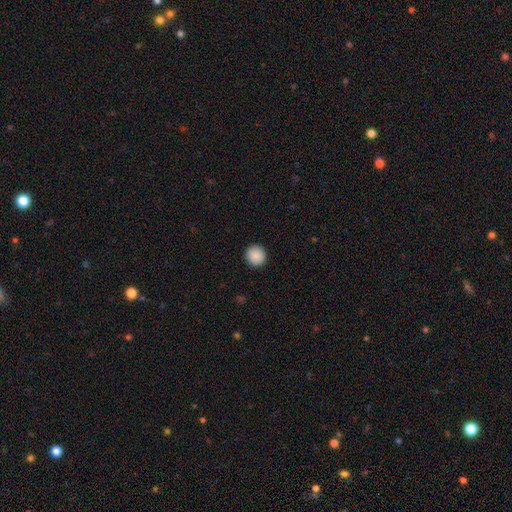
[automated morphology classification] A smooth galaxy with no disk features (90%) that is round (93%).

Vote fractions:
- Smooth or featured? smooth: 90% / star or artifact: 8% / featured or disk: 2%
- How rounded? round: 93% / in between: 6% / cigar-shaped: 1%
- Merging? none: 93% / minor disturbance: 5% / major disturbance: 2% / merger: 1%